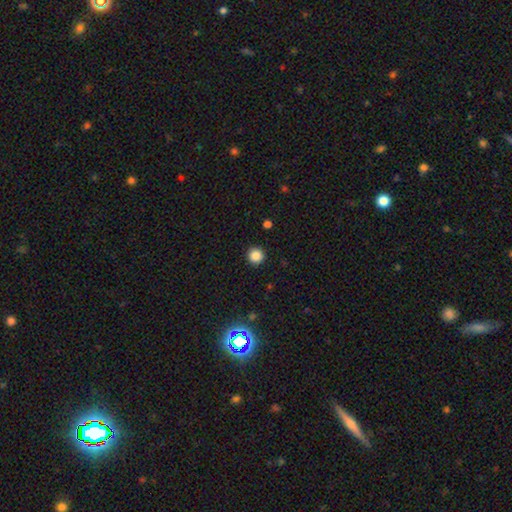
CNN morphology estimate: smooth-or-featured: smooth: 86% | star or artifact: 11% | featured or disk: 3%
  how-rounded: round: 96% | in between: 4% | cigar-shaped: 1%
  merging: none: 92% | minor disturbance: 5% | major disturbance: 2% | merger: 1%